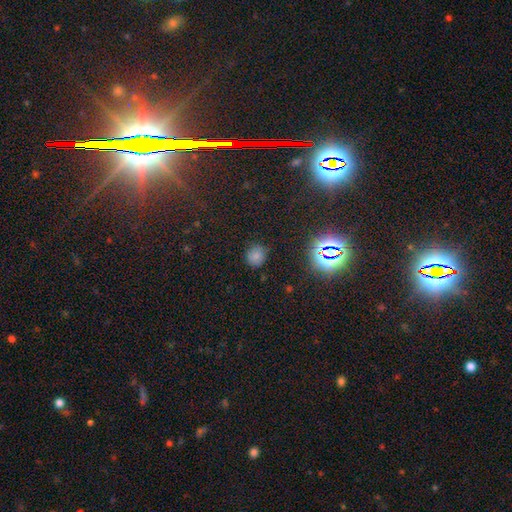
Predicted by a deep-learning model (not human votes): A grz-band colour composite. It shows a smooth galaxy with no disk features (73%) that is round (80%). Merging: none (82%).